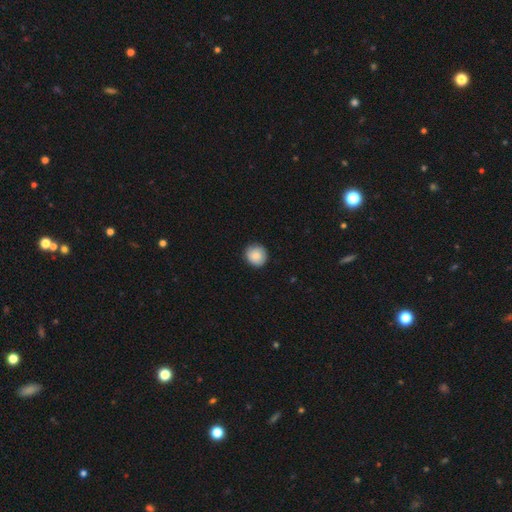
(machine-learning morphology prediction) smooth-or-featured: smooth: 87% | star or artifact: 7% | featured or disk: 6%
  how-rounded: round: 91% | in between: 8% | cigar-shaped: 1%
  merging: none: 89% | minor disturbance: 9% | major disturbance: 2% | merger: 1%